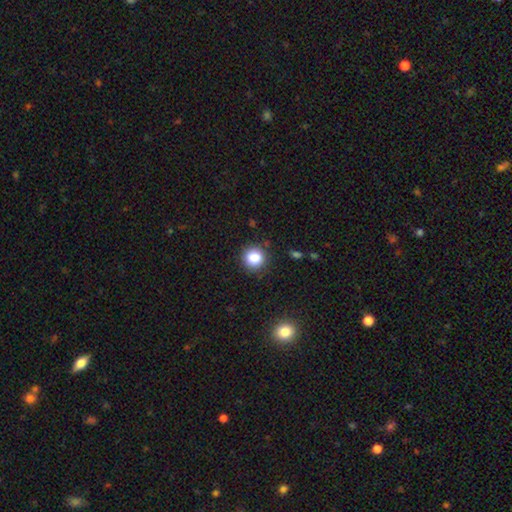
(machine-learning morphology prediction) Smooth or featured? Predicted: smooth (p=0.83). How rounded? Predicted: round (p=0.93). Merging? Predicted: none (p=0.90).